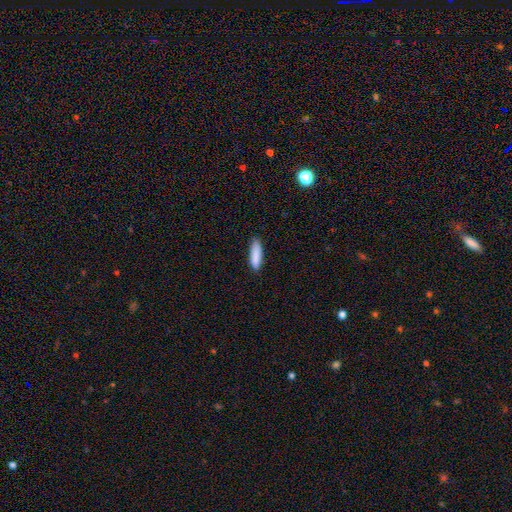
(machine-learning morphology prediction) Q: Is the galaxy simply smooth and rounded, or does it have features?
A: smooth — 88%.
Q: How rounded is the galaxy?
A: cigar-shaped — 62%.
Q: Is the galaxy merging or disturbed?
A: none — 85%.